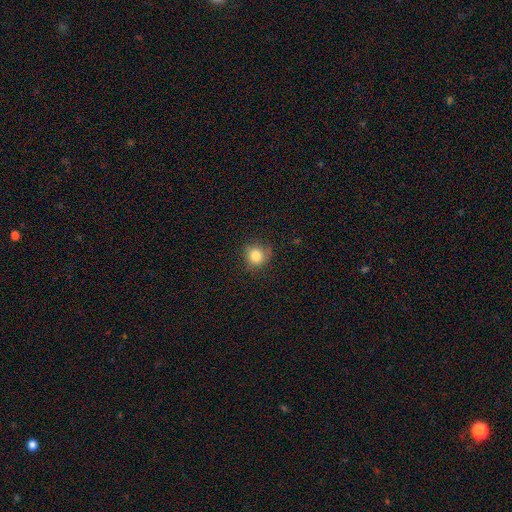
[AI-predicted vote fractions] Smooth or featured: smooth — 82% (star or artifact — 11%)
How rounded: round — 86% (in between — 13%)
Merging: none — 72% (minor disturbance — 20%)